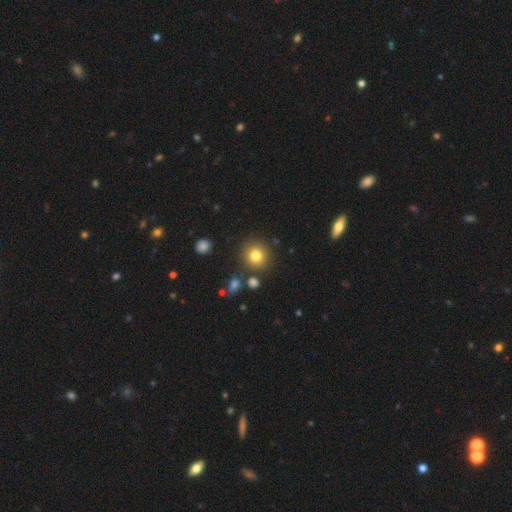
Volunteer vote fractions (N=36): Smooth or featured? smooth (86%)
How rounded? round (94%)
Merging? none (82%)